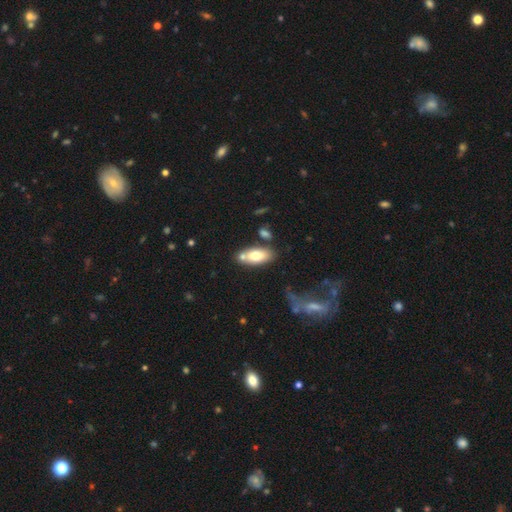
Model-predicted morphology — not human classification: smooth-or-featured: smooth: 71% | featured or disk: 23% | star or artifact: 7%
  how-rounded: in between: 85% | cigar-shaped: 12% | round: 3%
  merging: none: 63% | merger: 19% | minor disturbance: 14% | major disturbance: 4%